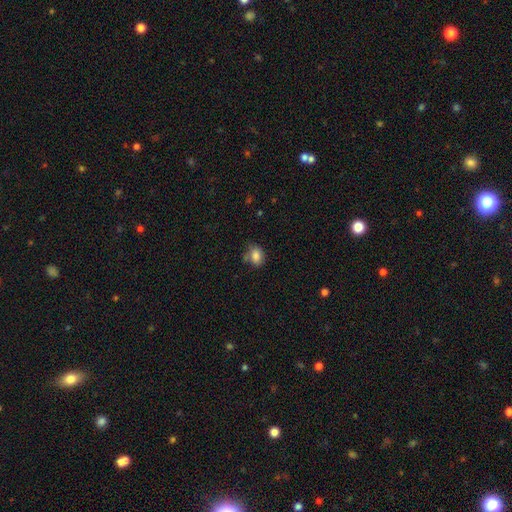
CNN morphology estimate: A smooth galaxy with no disk features (82%) that is in between round and cigar-shaped (55%).

Vote fractions:
- Smooth or featured? smooth: 82% / star or artifact: 10% / featured or disk: 8%
- How rounded? in between: 55% / round: 44% / cigar-shaped: 1%
- Merging? none: 62% / minor disturbance: 25% / merger: 7% / major disturbance: 7%